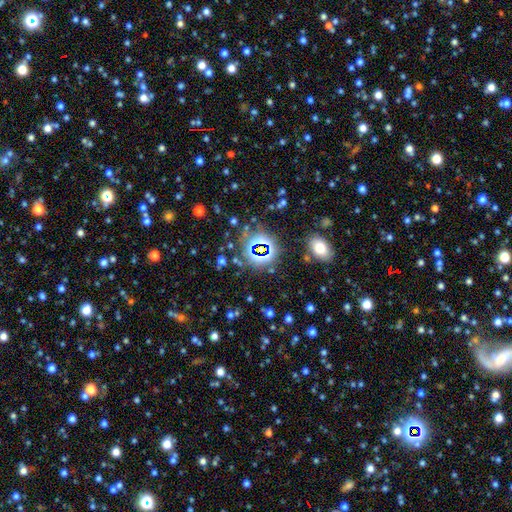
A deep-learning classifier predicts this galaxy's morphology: This appears to be a star or artifact, not a galaxy (76%).